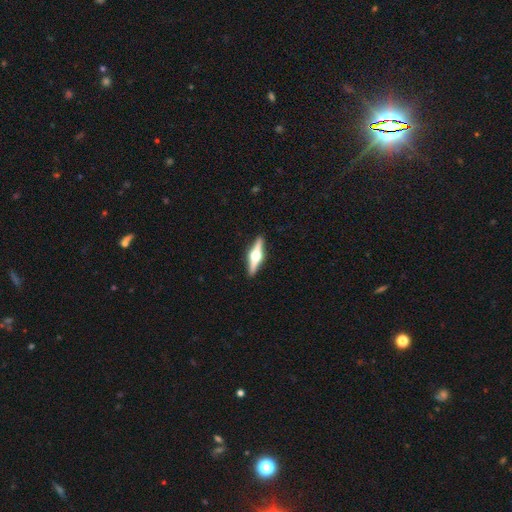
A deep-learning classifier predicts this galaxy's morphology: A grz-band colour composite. It shows a featured or disk galaxy (80%) viewed edge-on (98%) with a rounded central bulge (96%). Merging: none (91%).